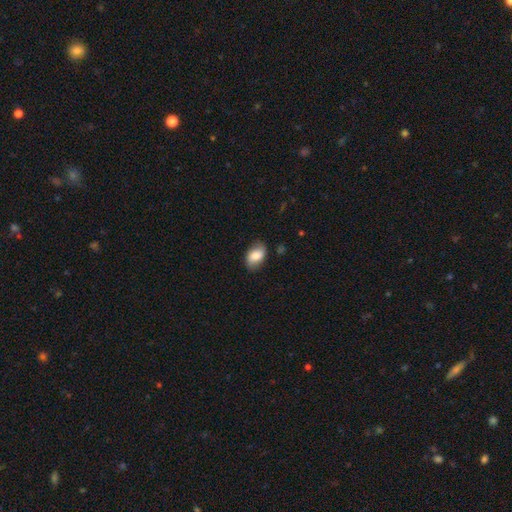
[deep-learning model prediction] This appears to be a smooth galaxy with no disk features (77%) that is in between round and cigar-shaped (87%). Merging: none (77%).